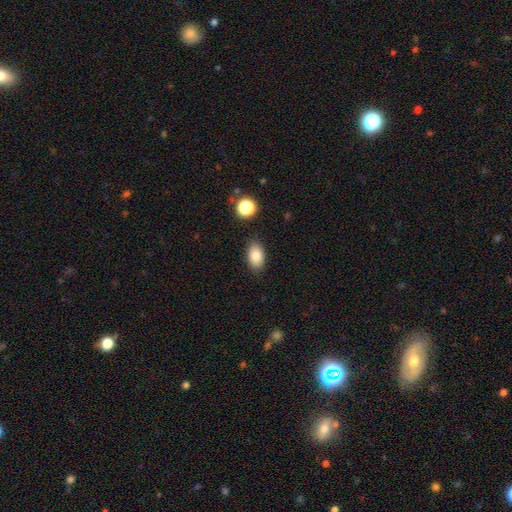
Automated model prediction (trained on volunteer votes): This appears to be a smooth galaxy with no disk features (85%) that is in between round and cigar-shaped (90%). Merging: none (85%).